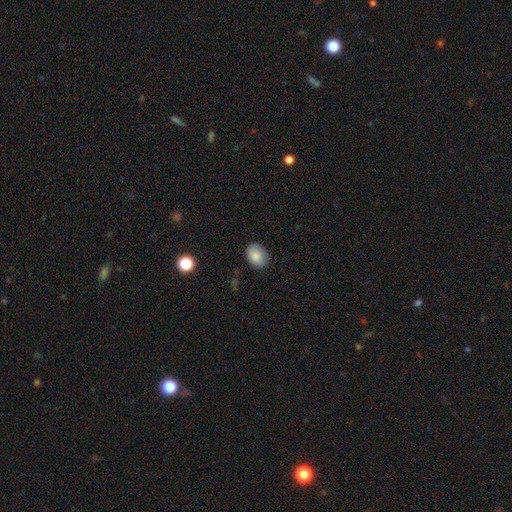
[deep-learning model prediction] Q: Smooth or featured?
A: smooth (84%); runner-up: featured or disk (8%)
Q: How rounded?
A: in between (69%); runner-up: round (31%)
Q: Merging?
A: none (81%); runner-up: minor disturbance (15%)